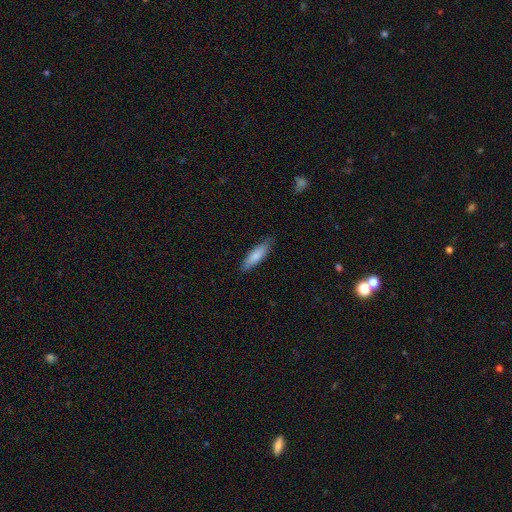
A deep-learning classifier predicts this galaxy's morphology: The model was most divided on "how rounded": cigar-shaped: 64%, in between: 35%, round: 1%. More confident: merging — none (83%); smooth or featured — smooth (80%).